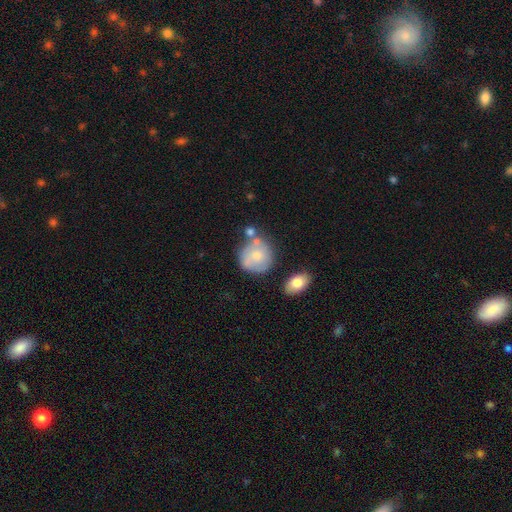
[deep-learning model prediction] The model was most divided on "merging": none: 56%, minor disturbance: 20%, merger: 17%, major disturbance: 7%. More confident: how rounded — round (88%); smooth or featured — smooth (66%).